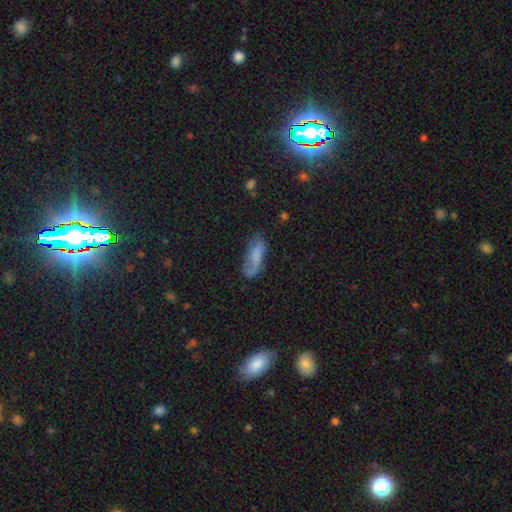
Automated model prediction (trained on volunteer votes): smooth-or-featured: smooth: 64% | featured or disk: 27% | star or artifact: 9%
  how-rounded: in between: 66% | cigar-shaped: 31% | round: 3%
  merging: none: 51% | minor disturbance: 29% | major disturbance: 16% | merger: 4%